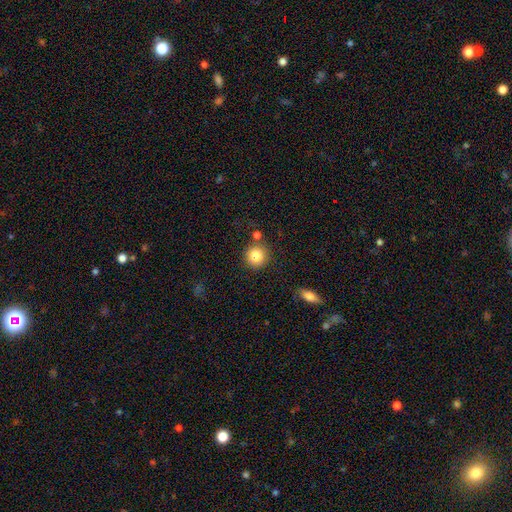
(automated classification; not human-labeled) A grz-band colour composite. It shows a smooth galaxy with no disk features (84%) that is round (92%). Merging: none (82%).